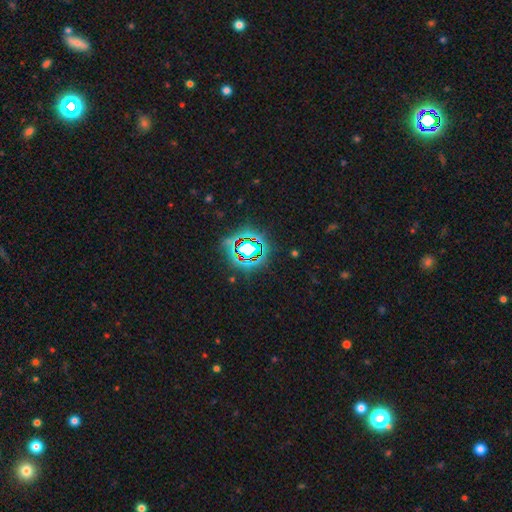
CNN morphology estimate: A star or artifact, not a galaxy (73%).